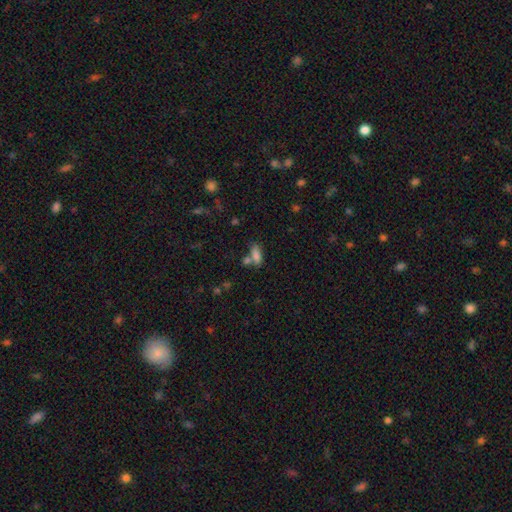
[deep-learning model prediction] smooth-or-featured: smooth: 78% | star or artifact: 11% | featured or disk: 10%
  how-rounded: in between: 76% | cigar-shaped: 19% | round: 4%
  merging: none: 47% | merger: 33% | minor disturbance: 14% | major disturbance: 6%